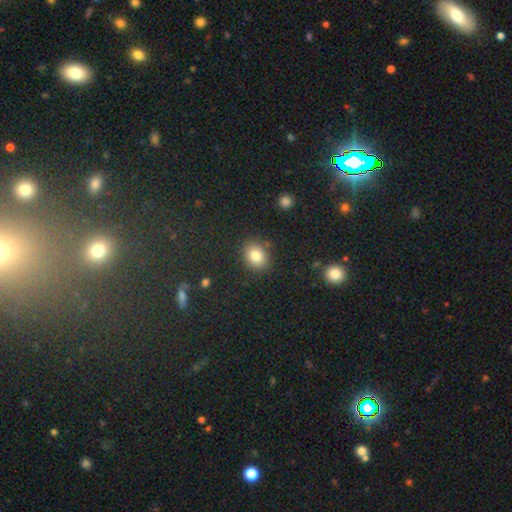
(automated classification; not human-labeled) Overall: smooth (80%). How rounded: round (53%; in between 46%). Merging: none (86%).